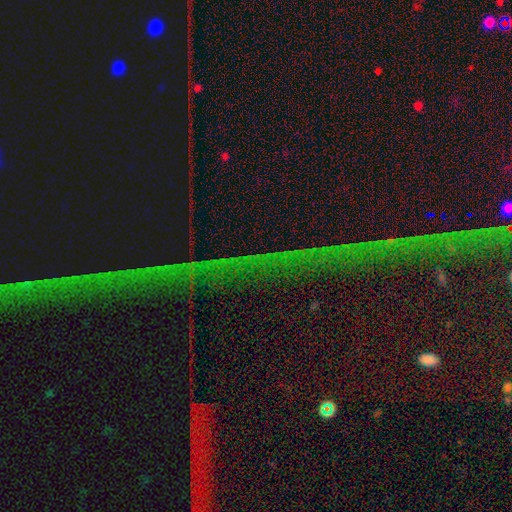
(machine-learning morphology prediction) star or artifact 78%, featured or disk 12%, smooth 10%.